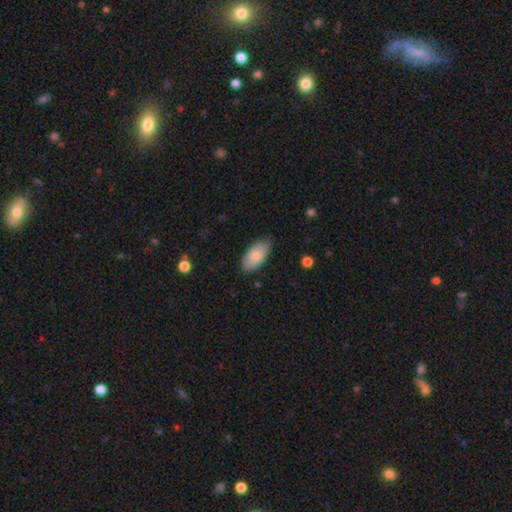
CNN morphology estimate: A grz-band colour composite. It shows a smooth galaxy with no disk features (85%) that is in between round and cigar-shaped (93%). Merging: none (81%).